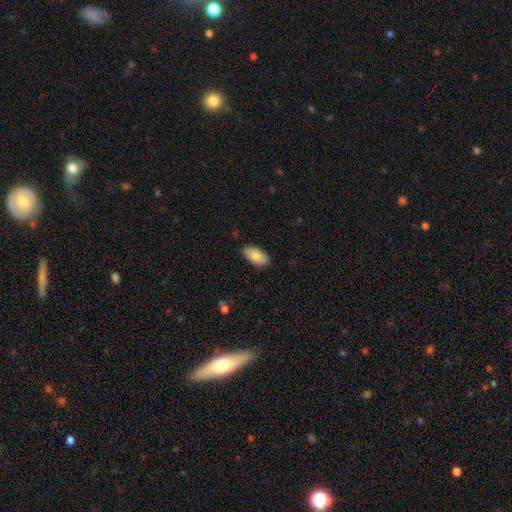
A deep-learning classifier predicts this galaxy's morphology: Overall: smooth (87%). How rounded: in between (94%). Merging: none (88%).